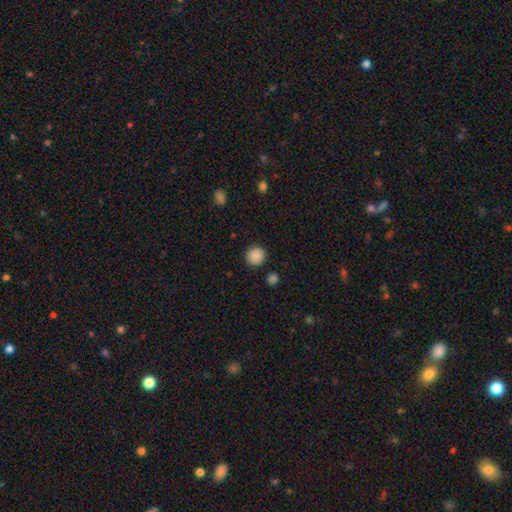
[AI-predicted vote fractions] This appears to be a smooth galaxy with no disk features (88%) that is round (94%). Merging: none (90%).